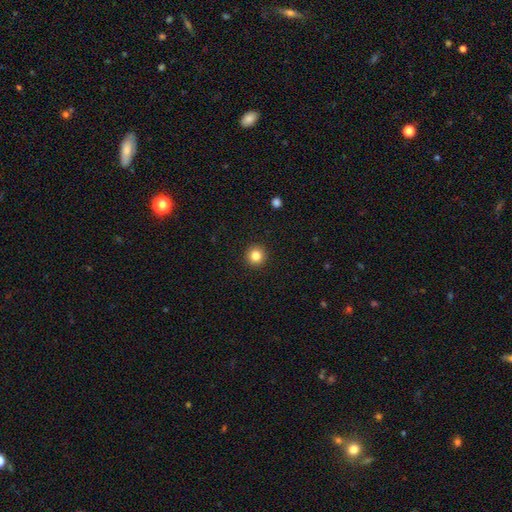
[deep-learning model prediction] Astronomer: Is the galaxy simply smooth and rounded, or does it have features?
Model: smooth — 83%.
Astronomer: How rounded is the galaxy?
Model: round — 95%.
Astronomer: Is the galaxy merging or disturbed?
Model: none — 93%.